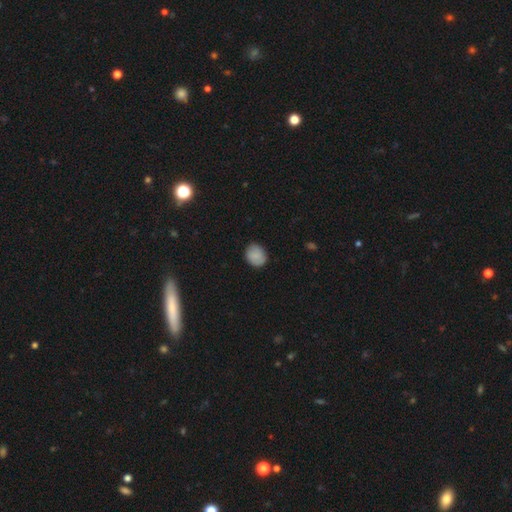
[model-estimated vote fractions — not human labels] A smooth galaxy with no disk features (84%) that is round (63%). Merging: none (84%).